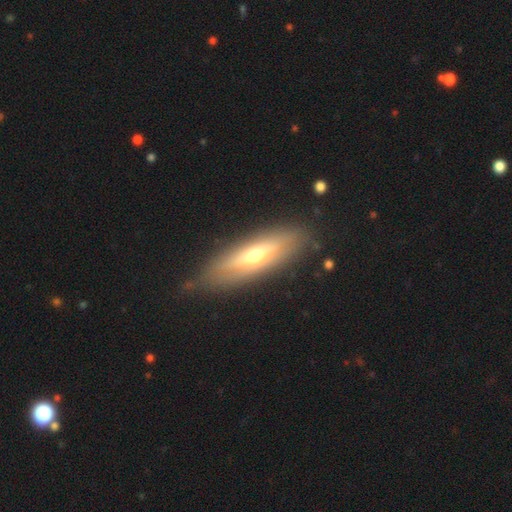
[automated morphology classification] A featured or disk galaxy (50%).

Vote fractions:
- Smooth or featured? featured or disk: 50% / smooth: 43% / star or artifact: 7%
- Merging? none: 77% / minor disturbance: 16% / major disturbance: 5% / merger: 2%